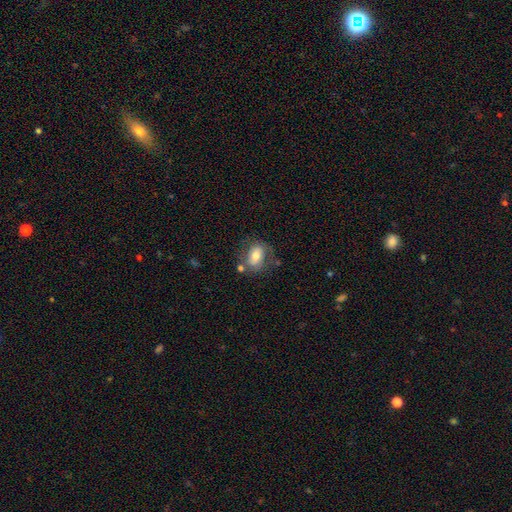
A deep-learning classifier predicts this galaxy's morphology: smooth_or_featured: smooth (p=0.63) [alt: featured or disk p=0.29]
how_rounded: in between (p=0.77) [alt: round p=0.21]
merging: none (p=0.59) [alt: minor disturbance p=0.20]